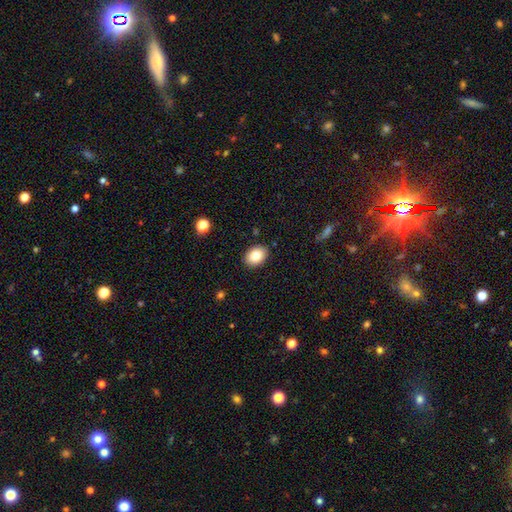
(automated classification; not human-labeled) A smooth galaxy with no disk features (84%) that is in between round and cigar-shaped (73%).

Vote fractions:
- Smooth or featured? smooth: 84% / star or artifact: 8% / featured or disk: 8%
- How rounded? in between: 73% / round: 26% / cigar-shaped: 1%
- Merging? none: 89% / minor disturbance: 8% / major disturbance: 2% / merger: 1%